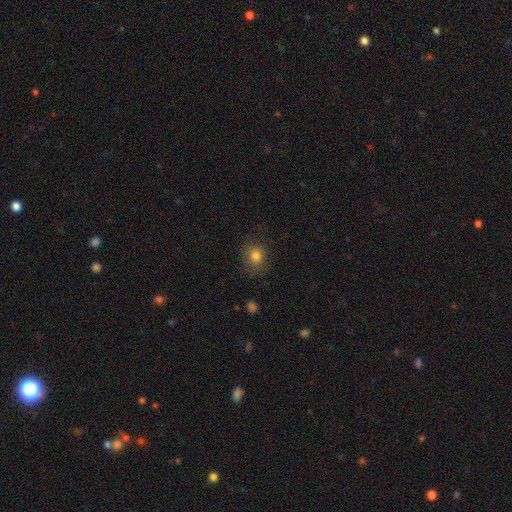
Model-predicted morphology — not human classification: This appears to be a smooth galaxy with no disk features (80%) that is round (70%). Merging: none (75%).